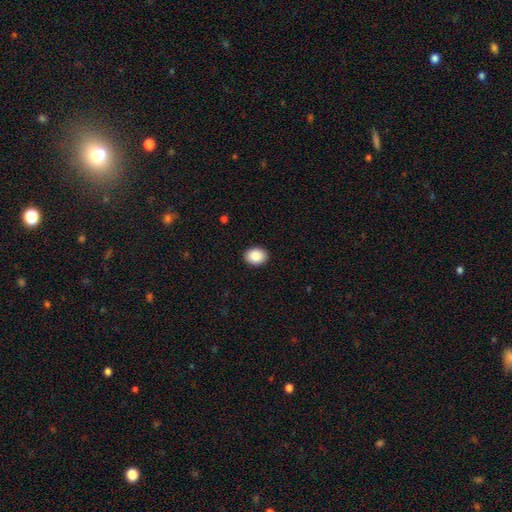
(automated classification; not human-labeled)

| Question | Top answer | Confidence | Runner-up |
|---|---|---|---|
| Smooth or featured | smooth | 89% | star or artifact (7%) |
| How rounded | in between | 61% | round (38%) |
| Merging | none | 91% | minor disturbance (6%) |